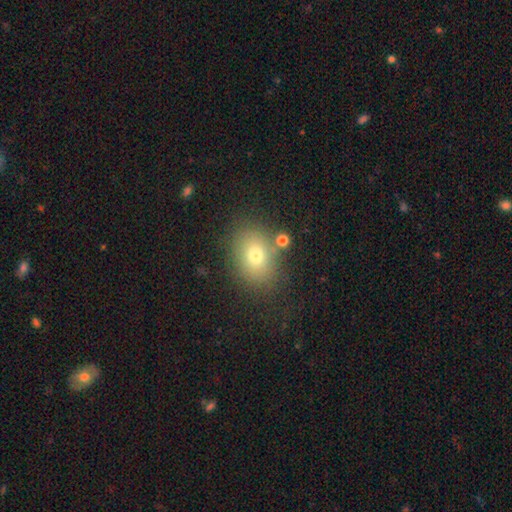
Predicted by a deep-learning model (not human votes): This is likely a smooth galaxy (73%). How rounded: likely in between (62%). Merging: likely none (76%).